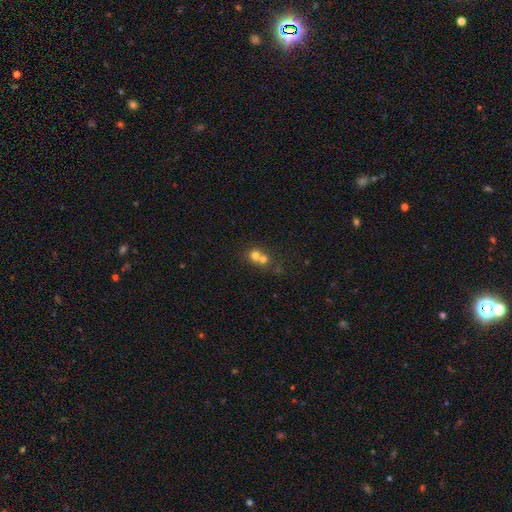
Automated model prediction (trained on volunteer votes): Smooth or featured?
  - smooth: 70% *
  - featured or disk: 16%
  - star or artifact: 14%
How rounded?
  - round: 83% *
  - in between: 16%
  - cigar-shaped: 1%
Merging?
  - merger: 61% *
  - none: 32%
  - minor disturbance: 4%
  - major disturbance: 2%